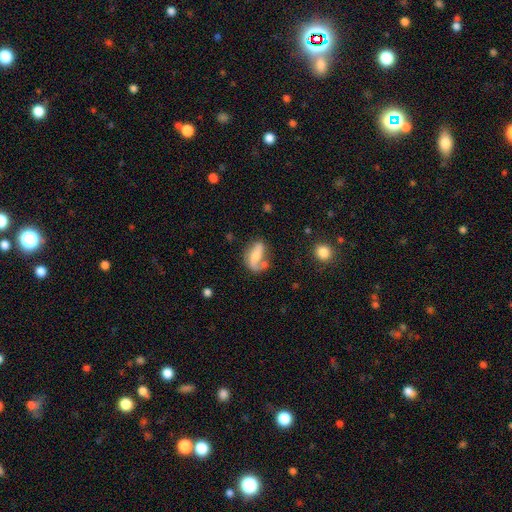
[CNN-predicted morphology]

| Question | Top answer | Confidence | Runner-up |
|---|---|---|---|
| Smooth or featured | featured or disk | 59% | smooth (33%) |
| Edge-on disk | no | 91% | yes (9%) |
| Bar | no | 41% | weak (31%) |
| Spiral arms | yes | 78% | no (22%) |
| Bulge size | moderate | 50% | small (34%) |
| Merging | none | 45% | minor disturbance (23%) |